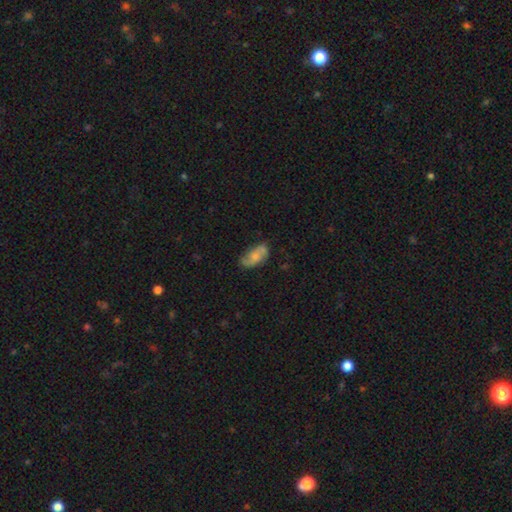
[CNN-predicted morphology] Smooth or featured: featured or disk — 49% (smooth — 44%)
Merging: none — 65% (minor disturbance — 24%)